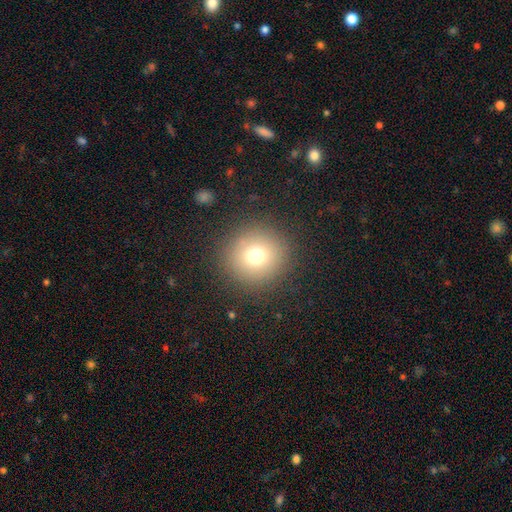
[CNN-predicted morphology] A smooth galaxy with no disk features (73%) that is round (95%).

Vote fractions:
- Smooth or featured? smooth: 73% / star or artifact: 16% / featured or disk: 11%
- How rounded? round: 95% / in between: 4% / cigar-shaped: 1%
- Merging? none: 89% / minor disturbance: 6% / major disturbance: 4% / merger: 1%